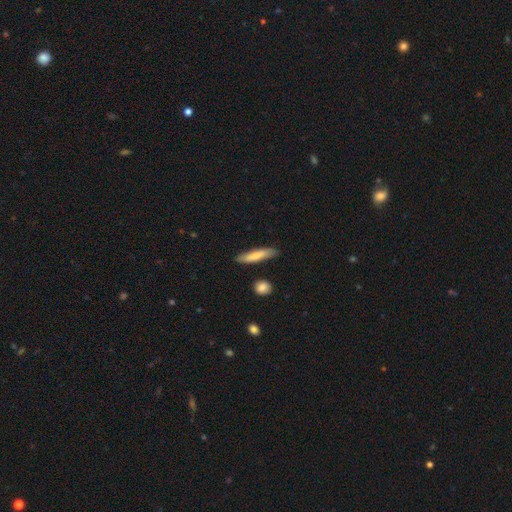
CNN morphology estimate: Smooth or featured? Predicted: smooth (p=0.72). How rounded? Predicted: cigar-shaped (p=0.83). Merging? Predicted: none (p=0.83).